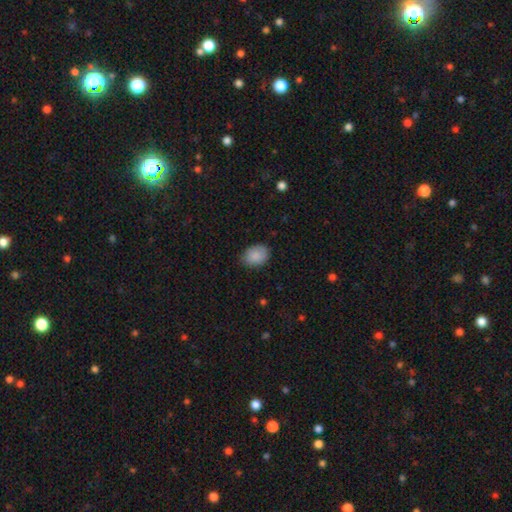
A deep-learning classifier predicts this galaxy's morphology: Q: Smooth or featured?
A: smooth (89%); runner-up: star or artifact (7%)
Q: How rounded?
A: in between (78%); runner-up: round (21%)
Q: Merging?
A: none (83%); runner-up: minor disturbance (14%)